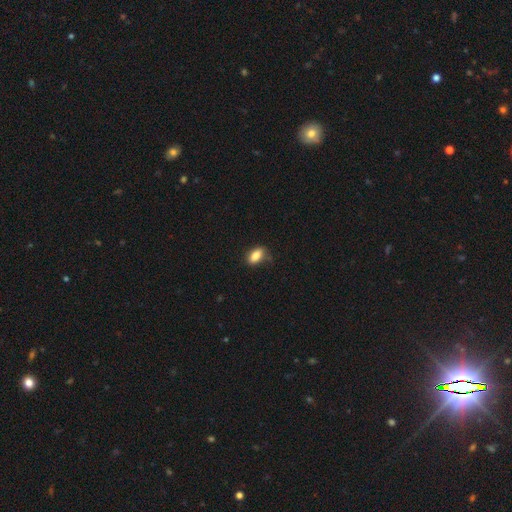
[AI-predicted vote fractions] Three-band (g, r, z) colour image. It shows a smooth galaxy with no disk features (86%) that is in between round and cigar-shaped (88%). Merging: none (73%).